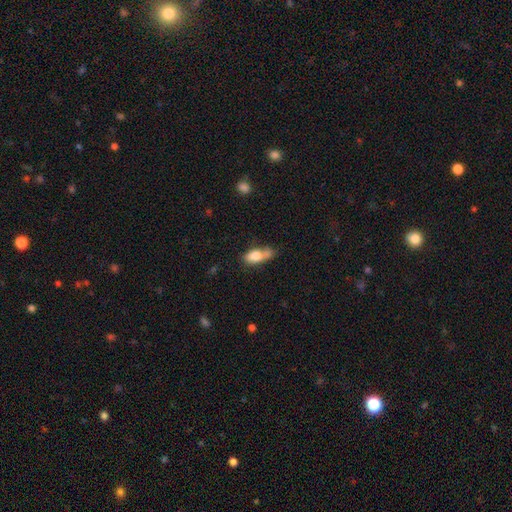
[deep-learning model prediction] Smooth or featured? smooth (77%)
How rounded? in between (79%)
Merging? none (34%)